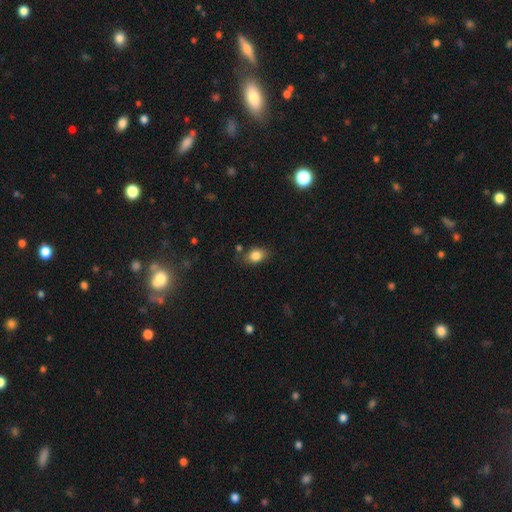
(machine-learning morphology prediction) A smooth galaxy with no disk features (83%) that is in between round and cigar-shaped (68%). Merging: none (74%).